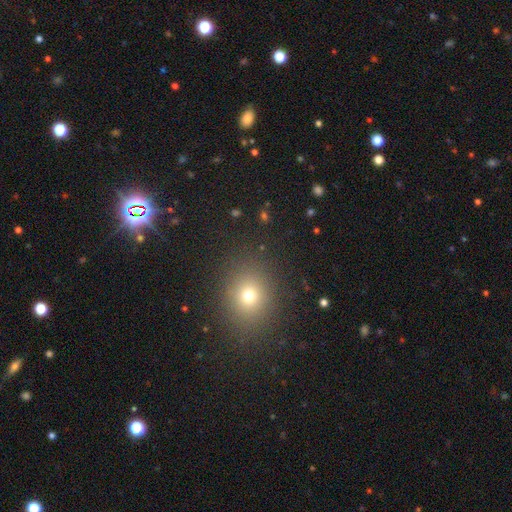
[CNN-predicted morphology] Smooth or featured?
  - smooth: 61% *
  - star or artifact: 31%
  - featured or disk: 9%
How rounded?
  - round: 67% *
  - in between: 32%
  - cigar-shaped: 1%
Merging?
  - none: 89% *
  - minor disturbance: 7%
  - major disturbance: 3%
  - merger: 1%